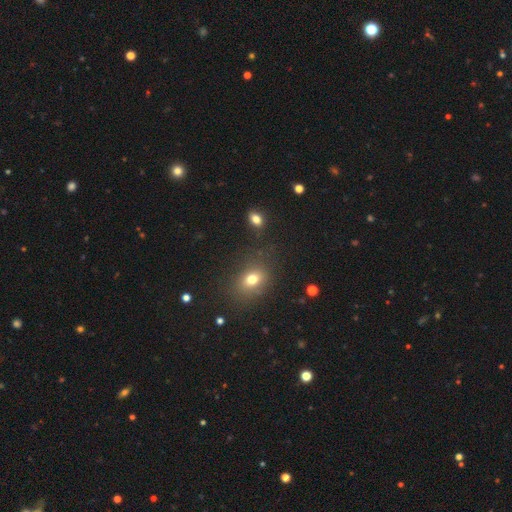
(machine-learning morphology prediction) smooth_or_featured: smooth (p=0.61) [alt: star or artifact p=0.30]
how_rounded: in between (p=0.49) [tied with: round p=0.49]
merging: none (p=0.84) [alt: minor disturbance p=0.10]